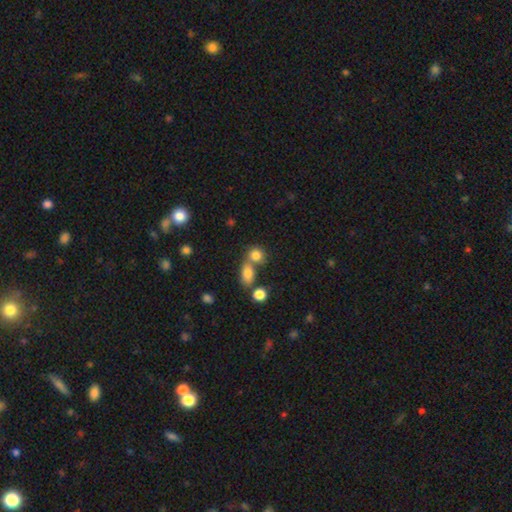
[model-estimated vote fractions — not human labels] Q: Smooth or featured?
A: smooth (80%); runner-up: star or artifact (12%)
Q: How rounded?
A: round (64%); runner-up: in between (34%)
Q: Merging?
A: merger (44%); runner-up: none (43%)